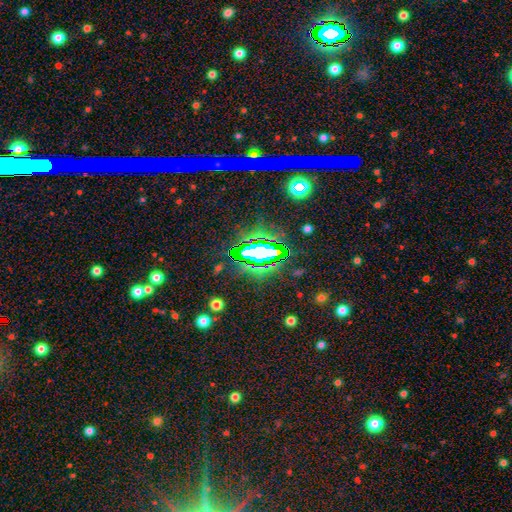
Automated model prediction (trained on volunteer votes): Smooth or featured?
  - star or artifact: 63% *
  - smooth: 21%
  - featured or disk: 16%